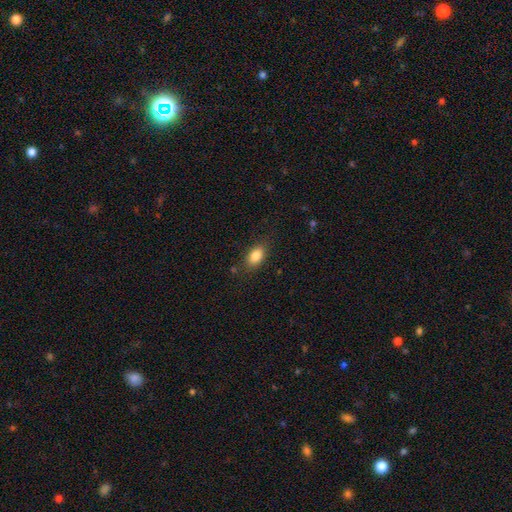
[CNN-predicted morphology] Smooth or featured? smooth (85%)
How rounded? in between (88%)
Merging? none (82%)